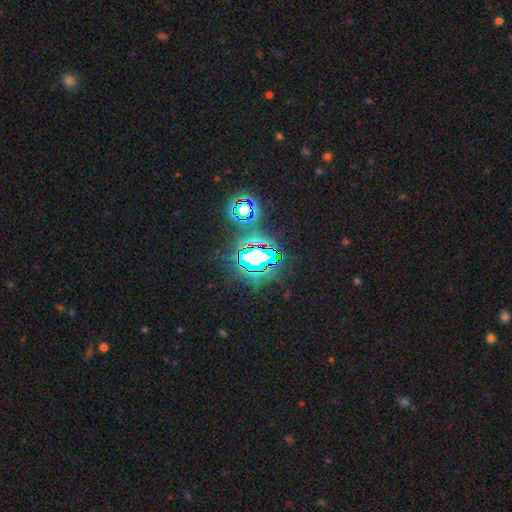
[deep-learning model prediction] A star or artifact, not a galaxy (74%).